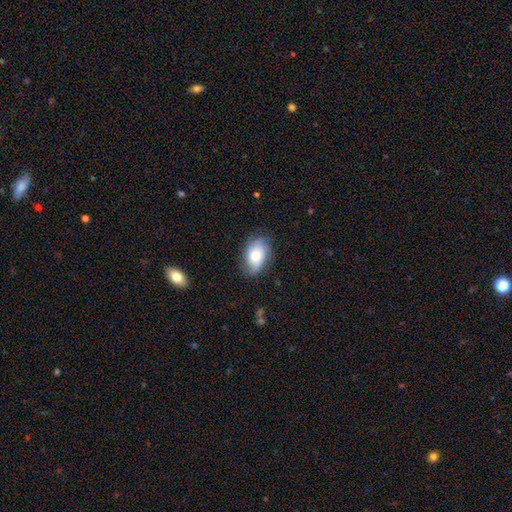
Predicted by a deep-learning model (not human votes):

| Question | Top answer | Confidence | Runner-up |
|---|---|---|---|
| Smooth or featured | smooth | 57% | featured or disk (35%) |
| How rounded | in between | 87% | round (11%) |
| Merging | none | 71% | minor disturbance (22%) |